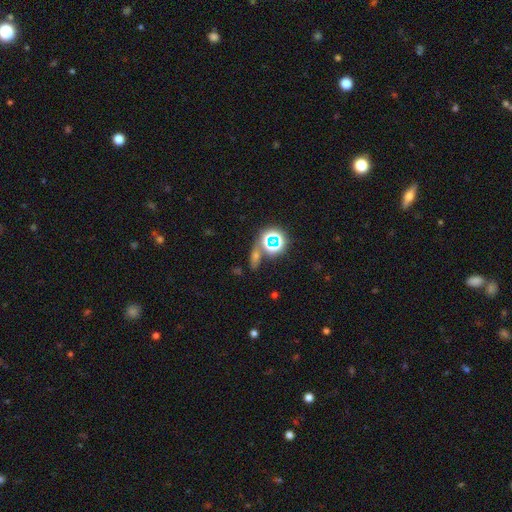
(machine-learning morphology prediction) A star or artifact, not a galaxy (48%).